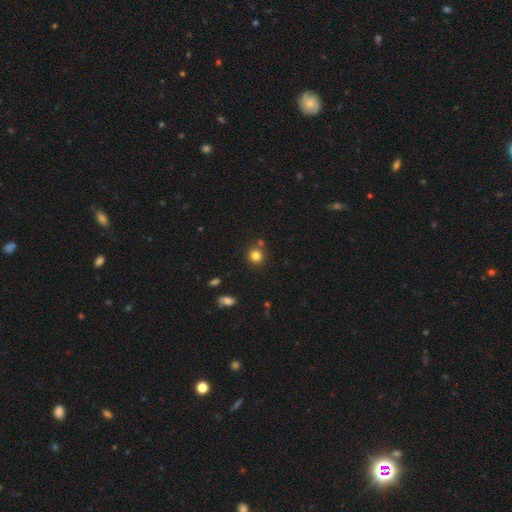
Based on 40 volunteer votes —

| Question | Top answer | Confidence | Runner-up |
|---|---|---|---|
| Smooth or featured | smooth | 75% | featured or disk (18%) |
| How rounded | round | 97% | in between (3%) |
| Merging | none | 84% | merger (11%) |